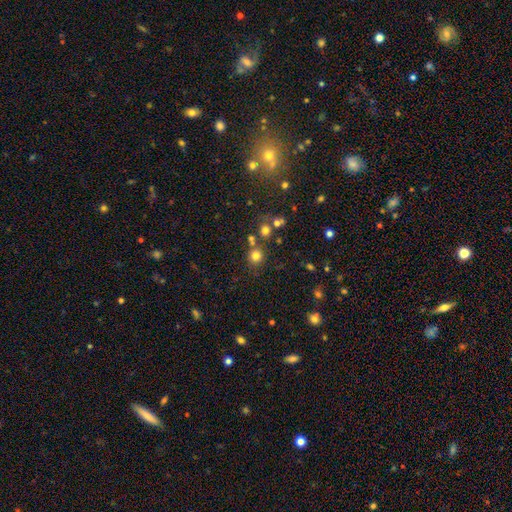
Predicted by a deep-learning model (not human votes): This is likely a smooth galaxy (77%). How rounded: clearly round (91%). Merging: likely none (74%).